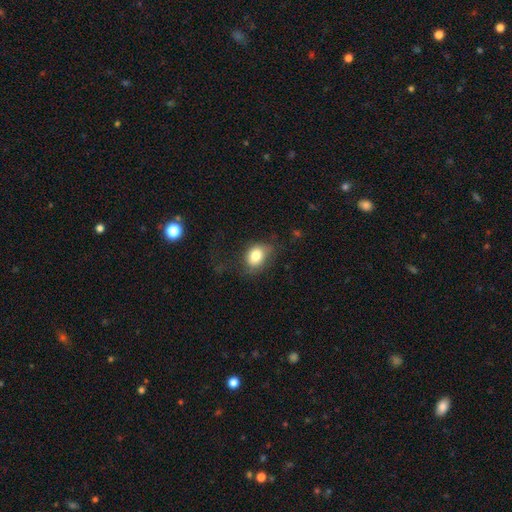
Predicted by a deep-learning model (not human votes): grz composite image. It shows a smooth galaxy with no disk features (80%) that is in between round and cigar-shaped (66%). Merging: none (60%).